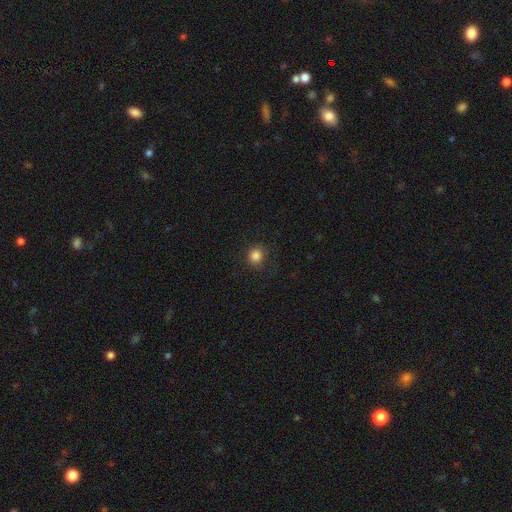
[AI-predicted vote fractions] Overall: smooth (85%). How rounded: round (89%). Merging: none (85%).